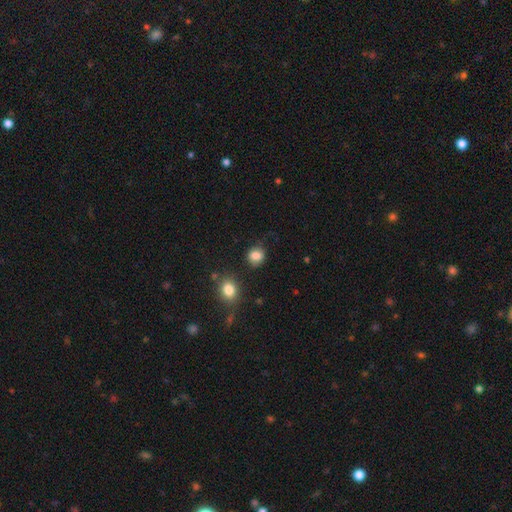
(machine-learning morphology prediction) smooth_or_featured: smooth (p=0.84) [alt: star or artifact p=0.10]
how_rounded: round (p=0.73) [alt: in between p=0.26]
merging: none (p=0.76) [alt: minor disturbance p=0.16]